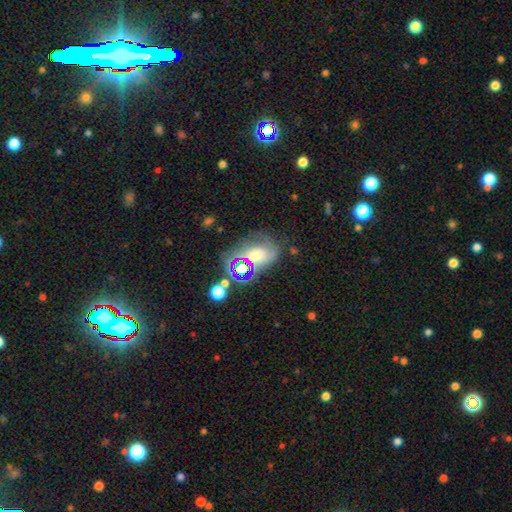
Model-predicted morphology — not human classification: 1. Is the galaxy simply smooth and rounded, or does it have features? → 48% featured or disk, 27% smooth, 25% star or artifact.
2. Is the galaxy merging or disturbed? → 42% none, 24% major disturbance, 22% minor disturbance, 12% merger.